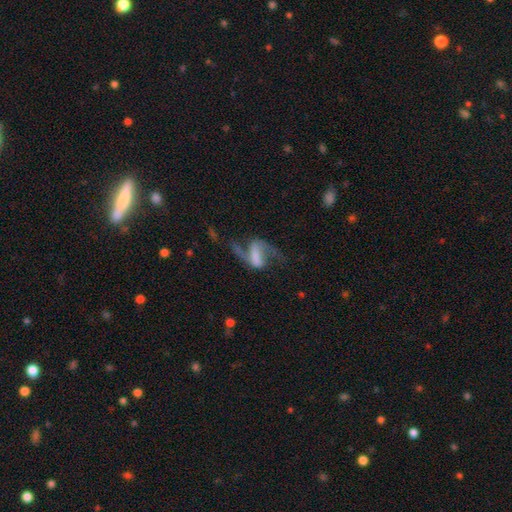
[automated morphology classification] Smooth or featured? Predicted: featured or disk (p=0.82). Edge-on disk? Predicted: no (p=0.97). Bar? Predicted: strong (p=0.49). Spiral arms? Predicted: yes (p=0.93). Spiral winding? Predicted: loose (p=0.76). Spiral arm count? Predicted: 2 (p=0.90). Bulge size? Predicted: none (p=0.49). Merging? Predicted: none (p=0.55).